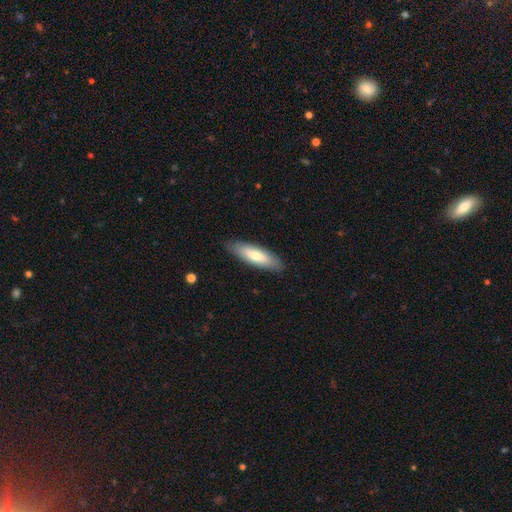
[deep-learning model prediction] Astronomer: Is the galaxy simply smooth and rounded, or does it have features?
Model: smooth — 70%.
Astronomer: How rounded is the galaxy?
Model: cigar-shaped — 52% (runner-up: in between, 47%).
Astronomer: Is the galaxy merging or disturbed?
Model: none — 87%.